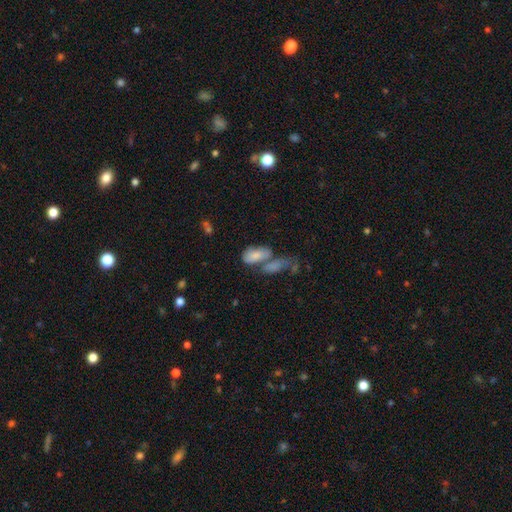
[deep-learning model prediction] smooth_or_featured: smooth (p=0.75) [alt: featured or disk p=0.18]
how_rounded: in between (p=0.90) [alt: cigar-shaped p=0.06]
merging: merger (p=0.51) [alt: none p=0.28]